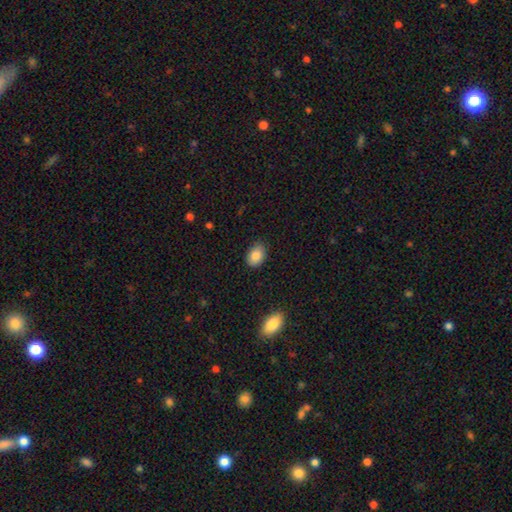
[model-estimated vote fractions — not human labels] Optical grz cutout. It shows a smooth galaxy with no disk features (85%) that is in between round and cigar-shaped (83%). Merging: none (85%).